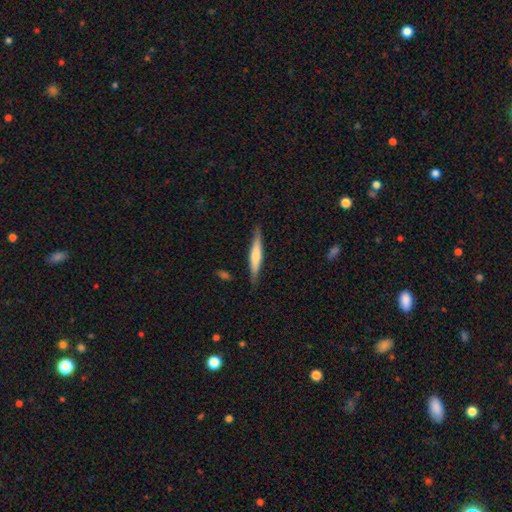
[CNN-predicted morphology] This is possibly a smooth galaxy (52%). How rounded: clearly cigar-shaped (91%). Merging: clearly none (87%).